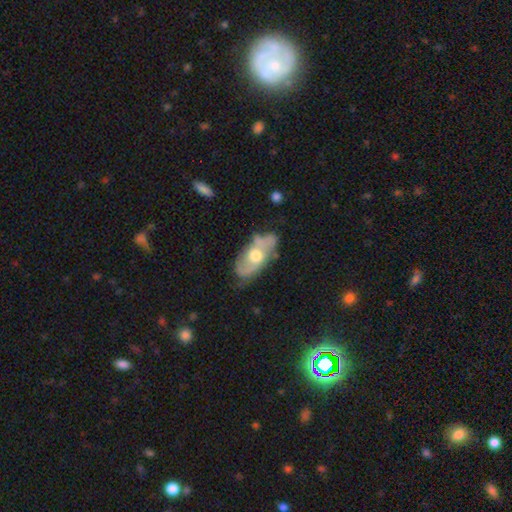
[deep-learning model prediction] Smooth or featured: featured or disk — 57% (smooth — 37%)
Edge-on disk: no — 85% (yes — 15%)
Merging: none — 51% (minor disturbance — 31%)